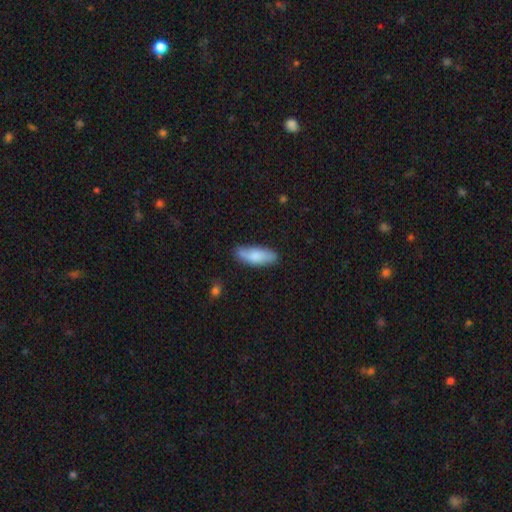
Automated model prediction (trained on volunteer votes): smooth_or_featured: smooth (p=0.77) [alt: featured or disk p=0.17]
how_rounded: in between (p=0.72) [alt: cigar-shaped p=0.27]
merging: none (p=0.73) [alt: minor disturbance p=0.20]